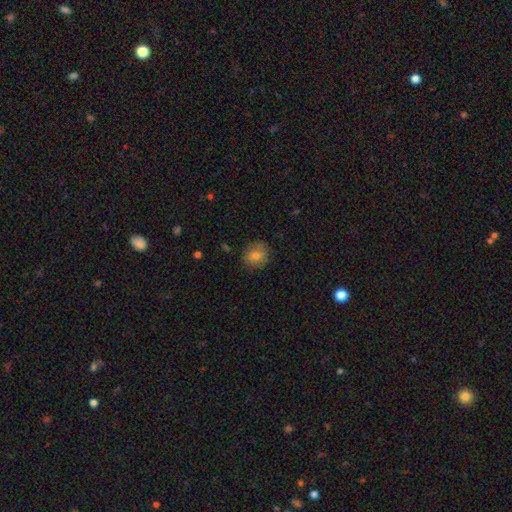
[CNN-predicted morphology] type=smooth (77%); roundness=round (81%); merging=none (84%).